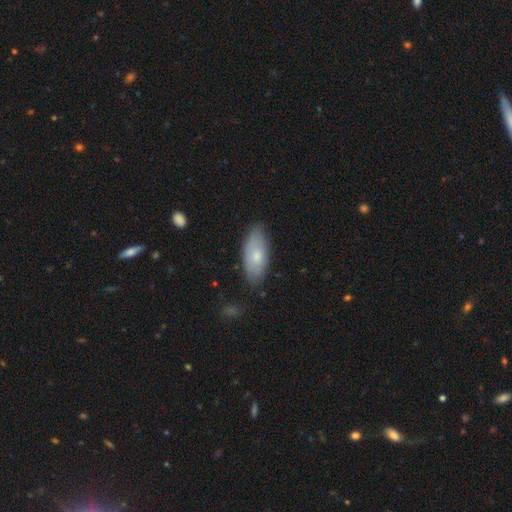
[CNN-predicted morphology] Smooth or featured?
  - smooth: 73% *
  - featured or disk: 22%
  - star or artifact: 6%
How rounded?
  - in between: 87% *
  - cigar-shaped: 11%
  - round: 2%
Merging?
  - none: 77% *
  - minor disturbance: 18%
  - major disturbance: 3%
  - merger: 1%